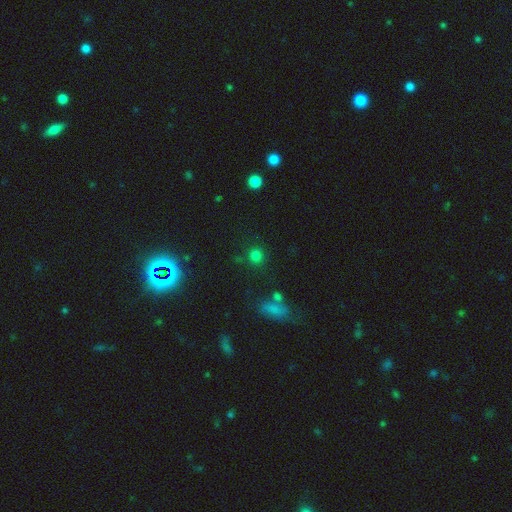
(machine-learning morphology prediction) This appears to be a smooth galaxy with no disk features (76%) that is round (90%). Merging: none (80%).